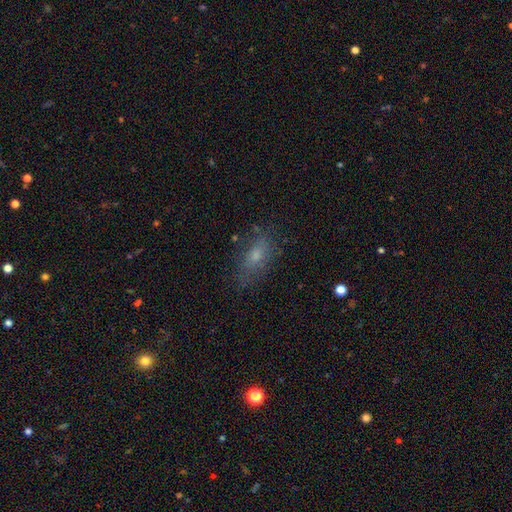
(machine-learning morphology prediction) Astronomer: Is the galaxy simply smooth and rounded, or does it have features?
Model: smooth — 60%.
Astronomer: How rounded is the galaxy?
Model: in between — 78%.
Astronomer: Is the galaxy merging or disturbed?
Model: none — 73%.